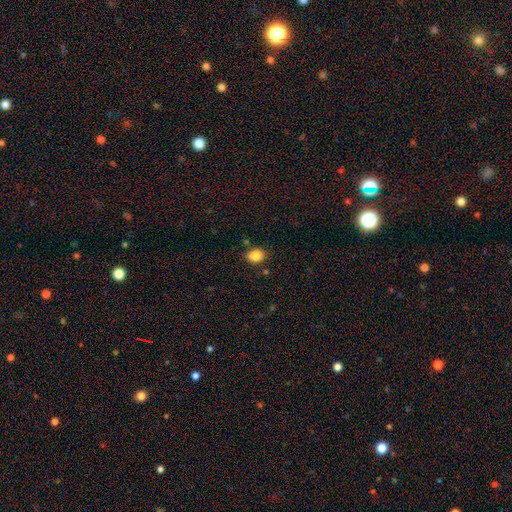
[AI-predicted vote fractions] Smooth or featured? Predicted: smooth (p=0.86). How rounded? Predicted: in between (p=0.59). Merging? Predicted: none (p=0.82).